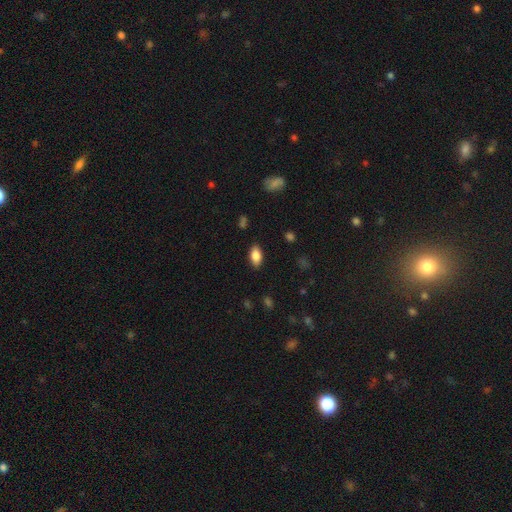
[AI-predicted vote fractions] smooth_or_featured: smooth (p=0.84) [alt: featured or disk p=0.08]
how_rounded: in between (p=0.91) [alt: cigar-shaped p=0.06]
merging: none (p=0.87) [alt: minor disturbance p=0.10]